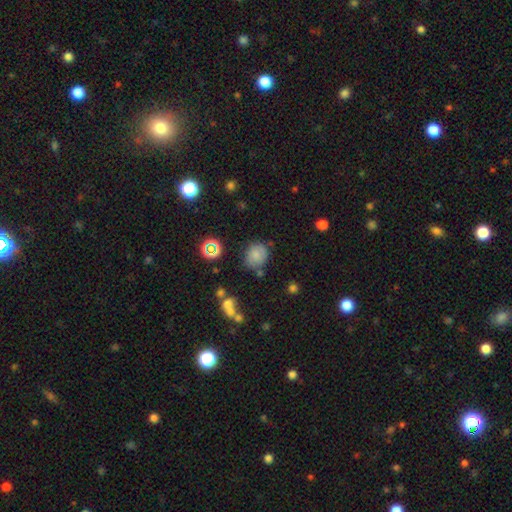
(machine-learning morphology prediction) The model was most divided on "how rounded": round: 71%, in between: 28%, cigar-shaped: 1%. More confident: smooth or featured — smooth (74%); merging — none (71%).